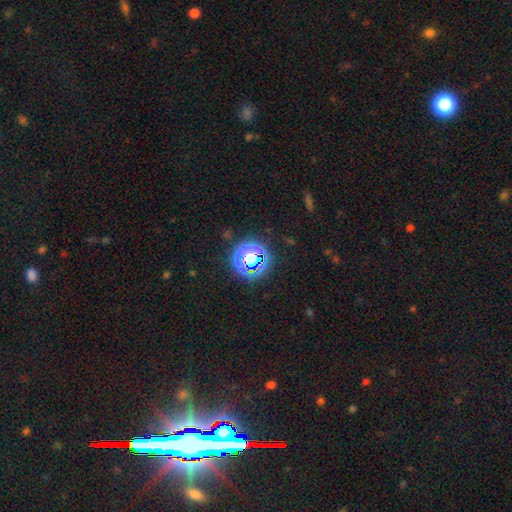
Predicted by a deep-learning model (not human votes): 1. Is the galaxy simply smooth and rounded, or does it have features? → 78% star or artifact, 15% smooth, 7% featured or disk.